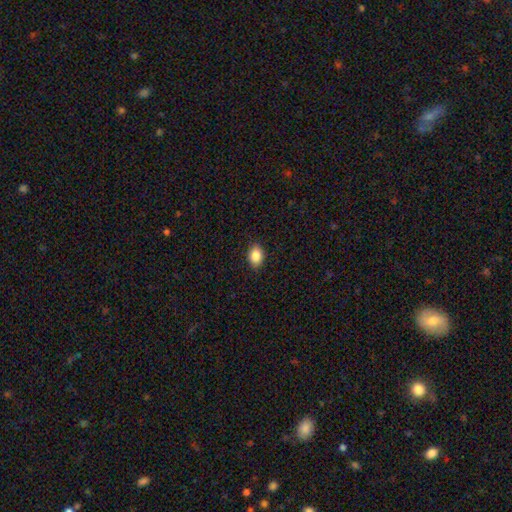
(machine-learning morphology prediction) smooth_or_featured: smooth (p=0.87) [alt: star or artifact p=0.08]
how_rounded: in between (p=0.74) [alt: round p=0.25]
merging: none (p=0.89) [alt: minor disturbance p=0.08]